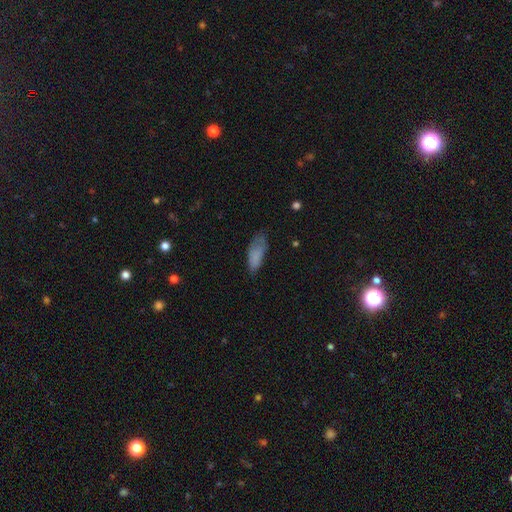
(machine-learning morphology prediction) Q: Smooth or featured?
A: smooth (80%); runner-up: featured or disk (11%)
Q: How rounded?
A: in between (73%); runner-up: cigar-shaped (25%)
Q: Merging?
A: none (49%); runner-up: minor disturbance (35%)